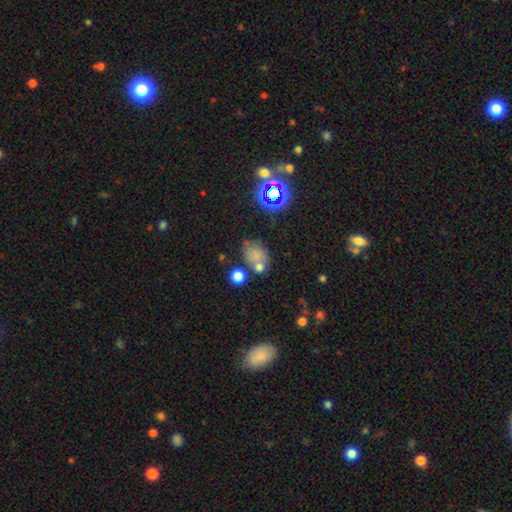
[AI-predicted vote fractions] Q: Smooth or featured?
A: smooth (65%); runner-up: star or artifact (21%)
Q: How rounded?
A: in between (64%); runner-up: round (35%)
Q: Merging?
A: none (49%); runner-up: merger (22%)